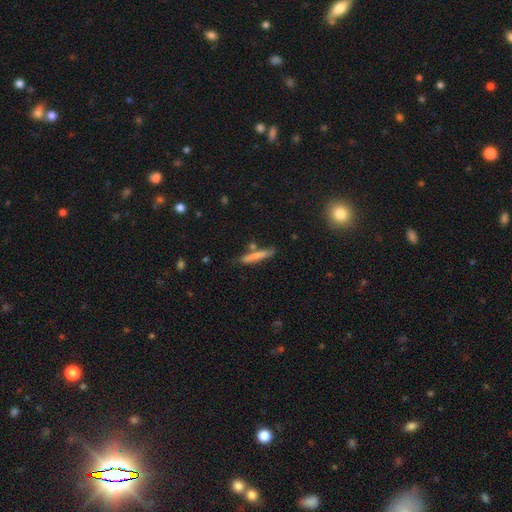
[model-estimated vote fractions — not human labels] smooth_or_featured: smooth (p=0.72) [alt: featured or disk p=0.21]
how_rounded: cigar-shaped (p=0.93) [alt: in between p=0.06]
merging: none (p=0.74) [alt: minor disturbance p=0.15]